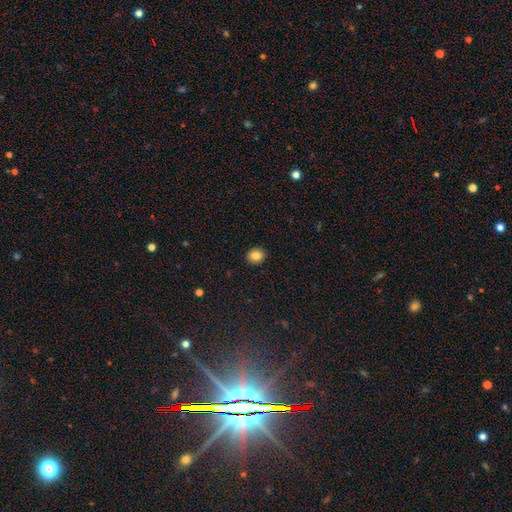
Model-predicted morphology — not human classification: This appears to be a smooth galaxy with no disk features (84%) that is round (70%). Merging: none (91%).